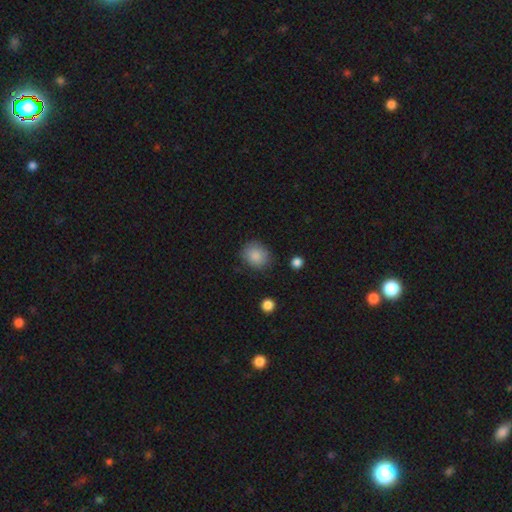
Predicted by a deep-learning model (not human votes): Smooth or featured? smooth (87%)
How rounded? round (69%)
Merging? none (81%)